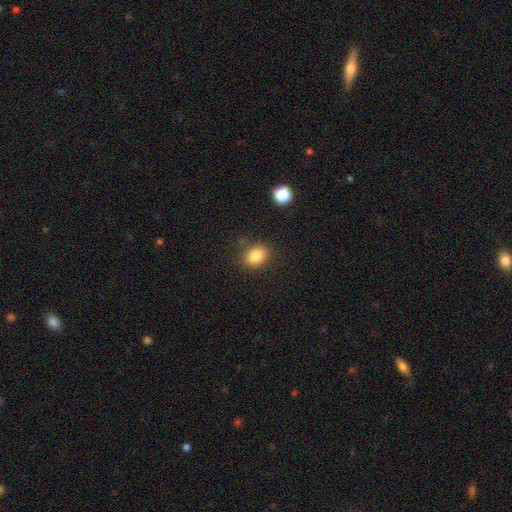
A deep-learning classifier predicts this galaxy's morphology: type=smooth (84%); roundness=in between (60%); merging=none (82%).